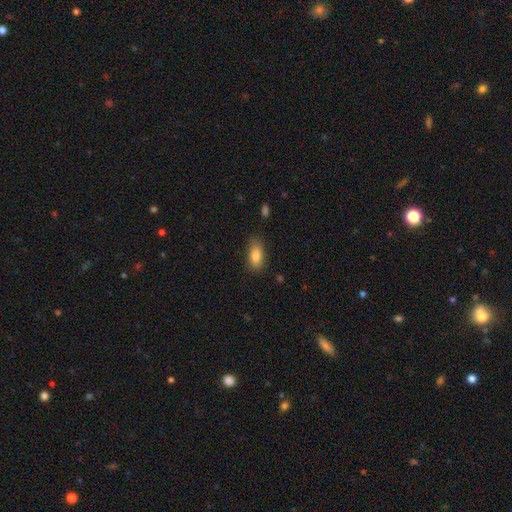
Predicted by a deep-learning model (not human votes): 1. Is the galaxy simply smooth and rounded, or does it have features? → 85% smooth, 8% star or artifact, 8% featured or disk.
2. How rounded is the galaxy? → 86% in between, 10% cigar-shaped, 4% round.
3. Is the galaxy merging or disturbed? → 76% none, 18% minor disturbance, 4% major disturbance, 2% merger.